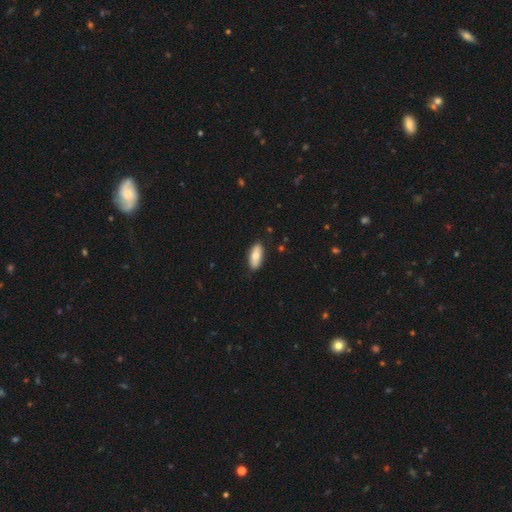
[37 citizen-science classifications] Smooth or featured: smooth — 68% (featured or disk — 30%)
How rounded: in between — 76% (cigar-shaped — 24%)
Merging: none — 89% (minor disturbance — 8%)